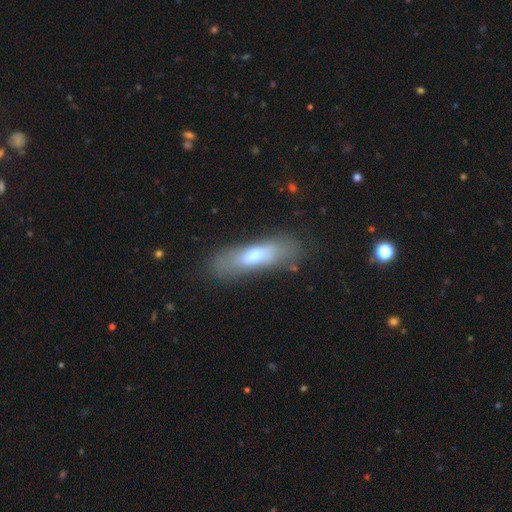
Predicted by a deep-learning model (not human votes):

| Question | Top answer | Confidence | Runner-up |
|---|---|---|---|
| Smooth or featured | smooth | 61% | featured or disk (31%) |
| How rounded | cigar-shaped | 61% | in between (37%) |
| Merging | none | 69% | minor disturbance (19%) |